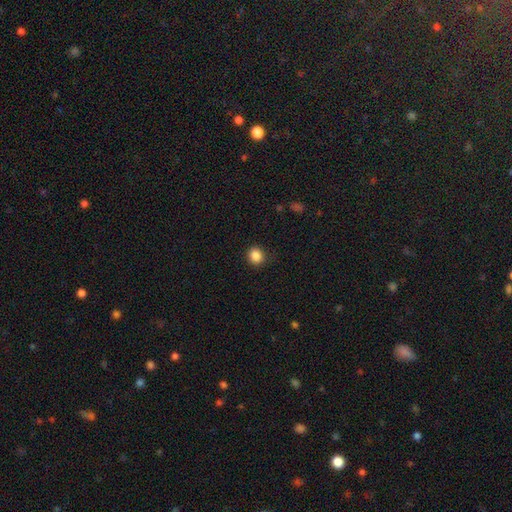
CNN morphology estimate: smooth_or_featured: smooth (p=0.87) [alt: star or artifact p=0.10]
how_rounded: round (p=0.79) [alt: in between p=0.20]
merging: none (p=0.87) [alt: minor disturbance p=0.09]